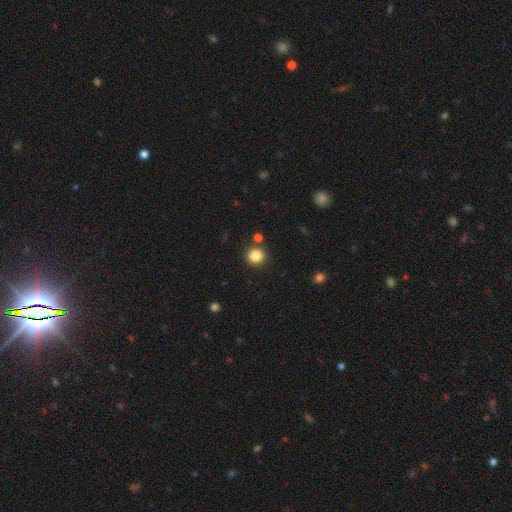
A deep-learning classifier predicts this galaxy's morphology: Overall: smooth (84%). How rounded: round (92%). Merging: none (85%).